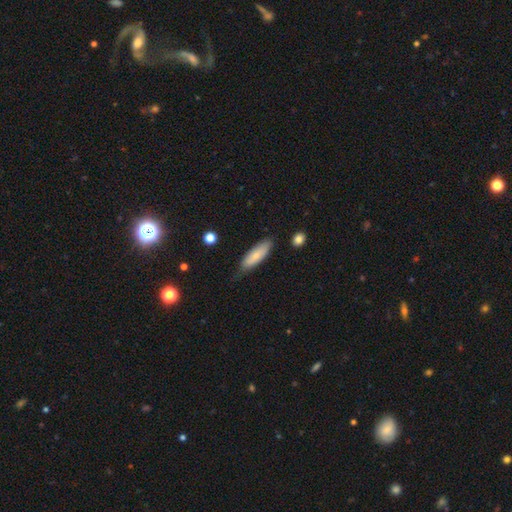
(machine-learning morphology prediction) type=smooth (74%); roundness=in between (52%); merging=none (66%).